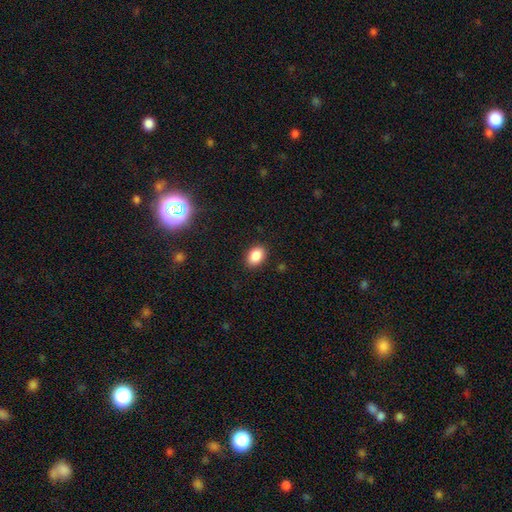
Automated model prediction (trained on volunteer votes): Morphology: type=smooth (88%); roundness=in between (85%); merging=none (89%).